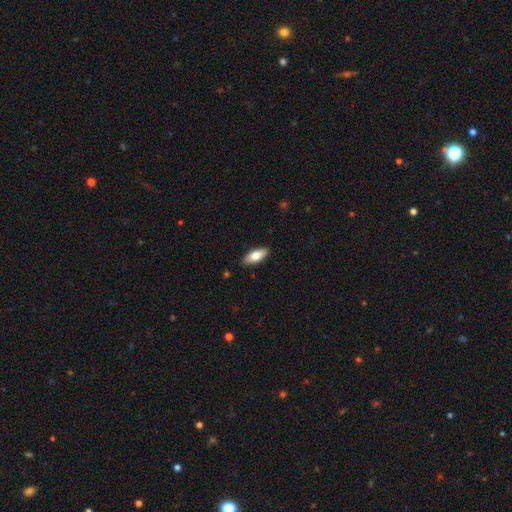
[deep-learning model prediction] Overall: smooth (77%). How rounded: in between (81%). Merging: none (88%).